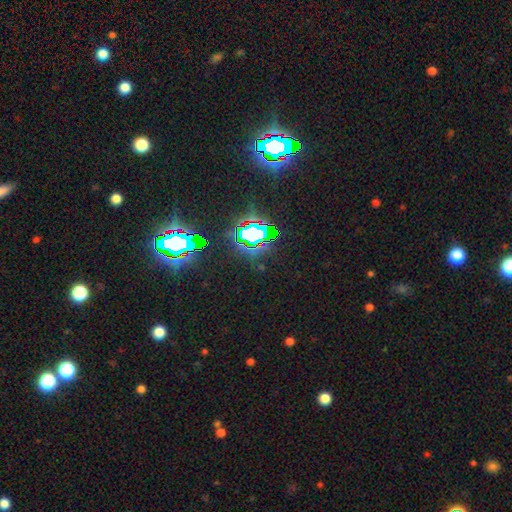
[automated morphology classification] A star or artifact, not a galaxy (83%).

Vote fractions:
- Smooth or featured? star or artifact: 83% / smooth: 10% / featured or disk: 7%